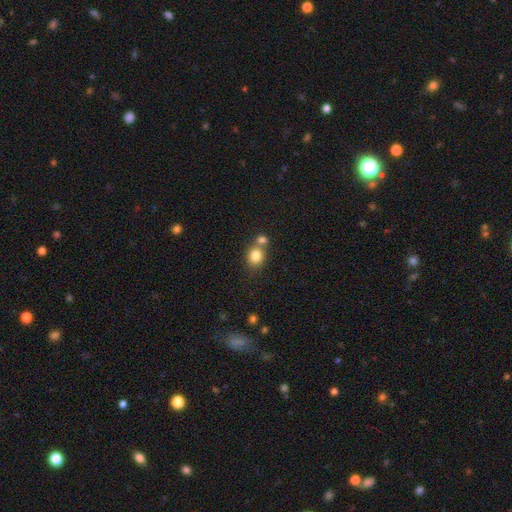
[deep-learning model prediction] Q: Smooth or featured?
A: smooth (81%); runner-up: star or artifact (11%)
Q: How rounded?
A: round (74%); runner-up: in between (25%)
Q: Merging?
A: none (51%); runner-up: merger (37%)